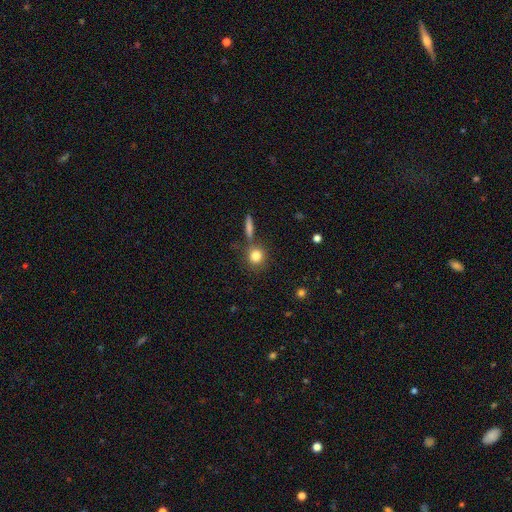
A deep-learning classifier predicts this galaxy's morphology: A smooth galaxy with no disk features (82%) that is round (86%).

Vote fractions:
- Smooth or featured? smooth: 82% / star or artifact: 10% / featured or disk: 8%
- How rounded? round: 86% / in between: 12% / cigar-shaped: 2%
- Merging? none: 73% / merger: 13% / minor disturbance: 10% / major disturbance: 4%